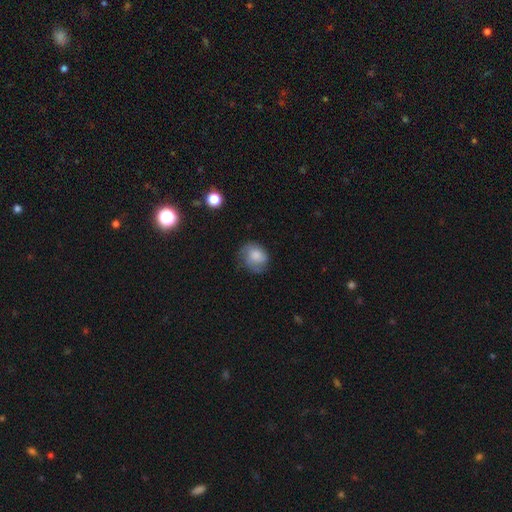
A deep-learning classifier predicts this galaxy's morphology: The model was most divided on "merging": none: 57%, minor disturbance: 29%, major disturbance: 13%, merger: 1%. More confident: smooth or featured — smooth (73%); how rounded — round (65%).